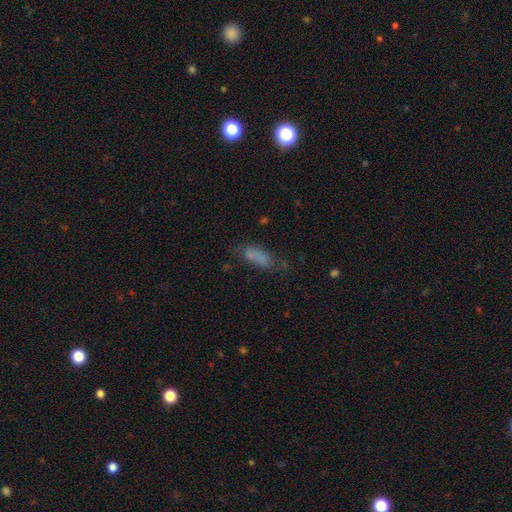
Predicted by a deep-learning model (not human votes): This appears to be a smooth galaxy with no disk features (68%) that is in between round and cigar-shaped (63%). Merging: none (63%).